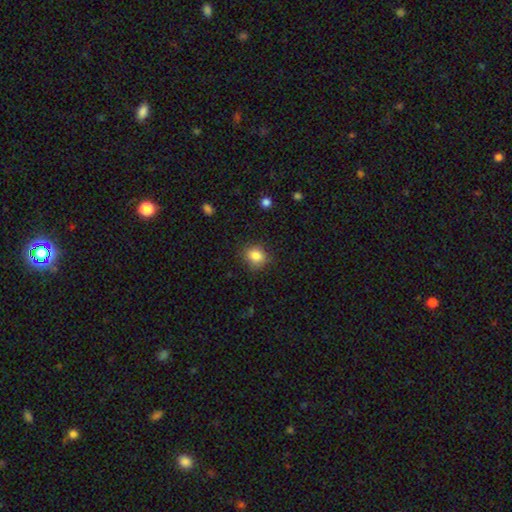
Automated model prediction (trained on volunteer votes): This appears to be a smooth galaxy with no disk features (84%) that is round (72%). Merging: none (82%).